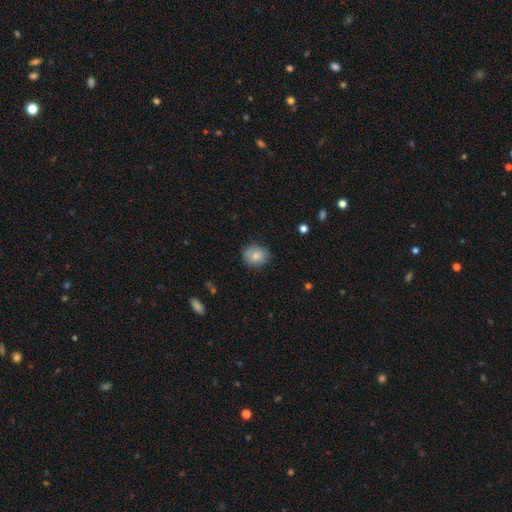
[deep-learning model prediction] smooth-or-featured: smooth: 82% | featured or disk: 10% | star or artifact: 8%
  how-rounded: round: 72% | in between: 27% | cigar-shaped: 1%
  merging: none: 80% | minor disturbance: 16% | major disturbance: 3% | merger: 1%